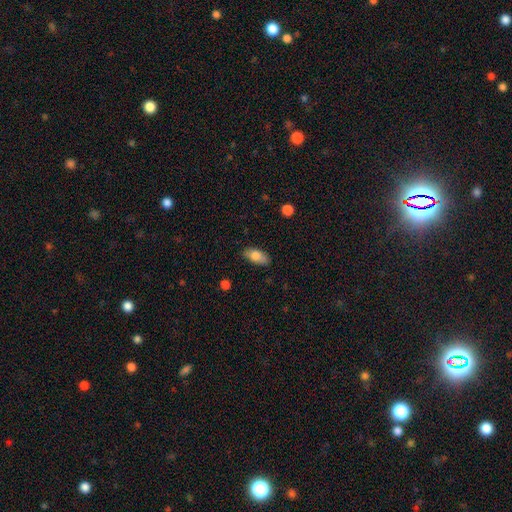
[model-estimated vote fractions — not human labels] smooth-or-featured: smooth: 80% | featured or disk: 13% | star or artifact: 7%
  how-rounded: in between: 88% | cigar-shaped: 9% | round: 3%
  merging: none: 82% | minor disturbance: 14% | major disturbance: 3% | merger: 1%